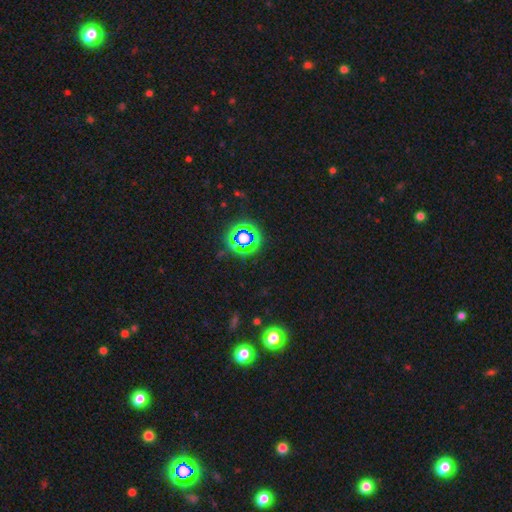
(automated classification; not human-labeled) A star or artifact, not a galaxy (70%).

Vote fractions:
- Smooth or featured? star or artifact: 70% / smooth: 23% / featured or disk: 7%